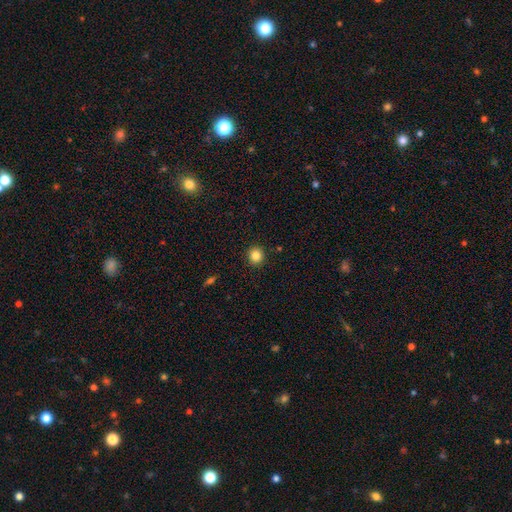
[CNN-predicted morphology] A smooth galaxy with no disk features (84%) that is round (89%). Merging: none (91%).